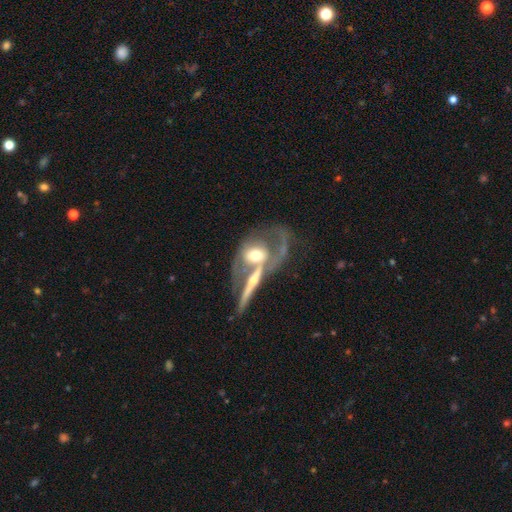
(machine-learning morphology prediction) smooth_or_featured: featured or disk (p=0.66) [alt: smooth p=0.27]
disk_edge_on: no (p=0.72) [alt: yes p=0.28]
merging: merger (p=0.57) [alt: none p=0.19]